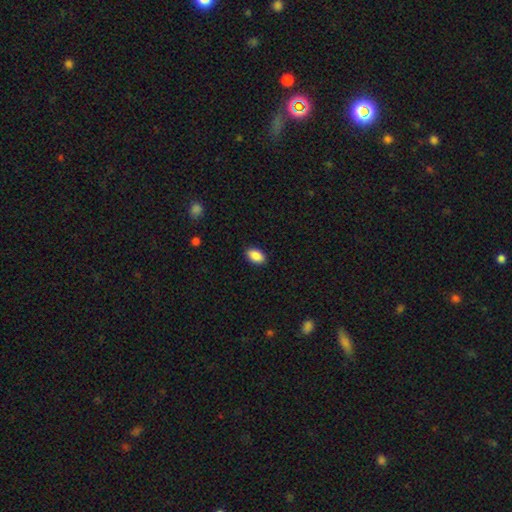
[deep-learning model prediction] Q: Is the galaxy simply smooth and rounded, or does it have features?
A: smooth — 89%.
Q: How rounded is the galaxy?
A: in between — 92%.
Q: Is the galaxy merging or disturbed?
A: none — 89%.